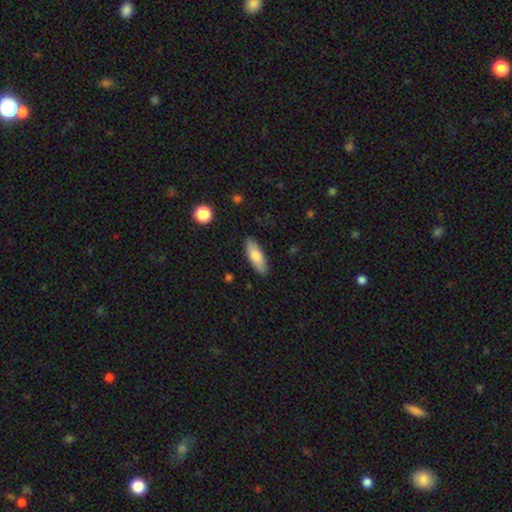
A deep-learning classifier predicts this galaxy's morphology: This appears to be a smooth galaxy with no disk features (79%) that is in between round and cigar-shaped (64%). Merging: none (89%).